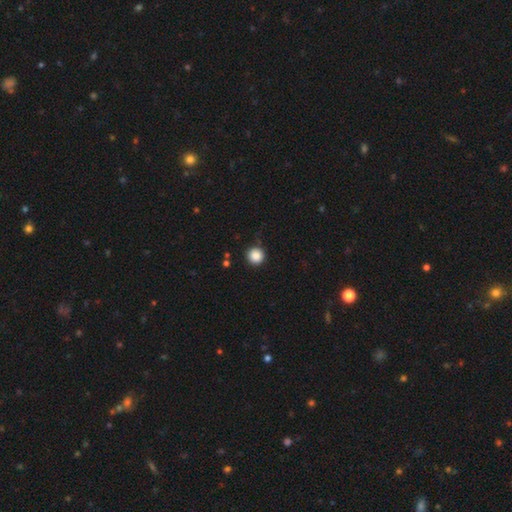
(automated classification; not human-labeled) A smooth galaxy with no disk features (86%) that is round (96%). Merging: none (88%).